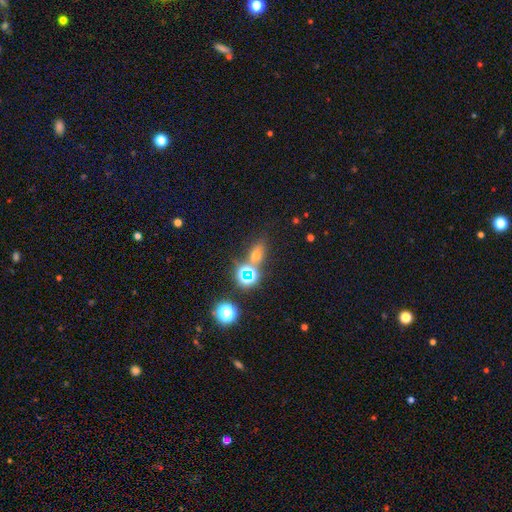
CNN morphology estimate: Smooth or featured? Predicted: smooth (p=0.49). Merging? Predicted: none (p=0.64).